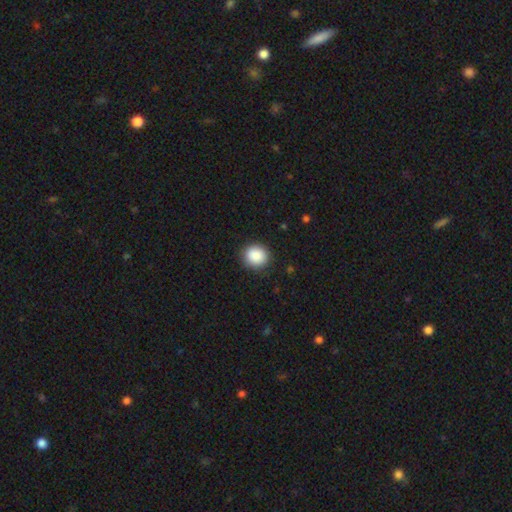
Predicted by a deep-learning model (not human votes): Smooth or featured: smooth — 88% (star or artifact — 8%)
How rounded: round — 84% (in between — 15%)
Merging: none — 89% (minor disturbance — 8%)